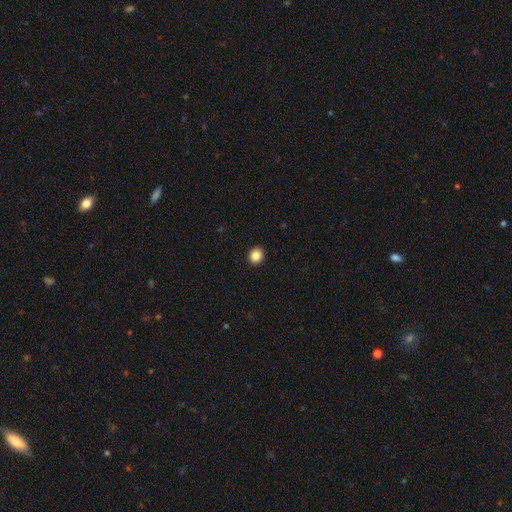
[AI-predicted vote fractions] smooth_or_featured: smooth (p=0.86) [alt: star or artifact p=0.10]
how_rounded: round (p=0.77) [alt: in between p=0.23]
merging: none (p=0.93) [alt: minor disturbance p=0.05]